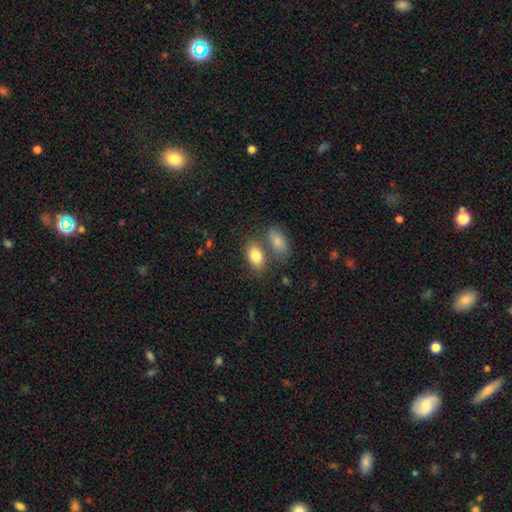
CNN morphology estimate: smooth_or_featured: smooth (p=0.83) [alt: featured or disk p=0.09]
how_rounded: in between (p=0.89) [alt: round p=0.09]
merging: none (p=0.55) [alt: merger p=0.29]